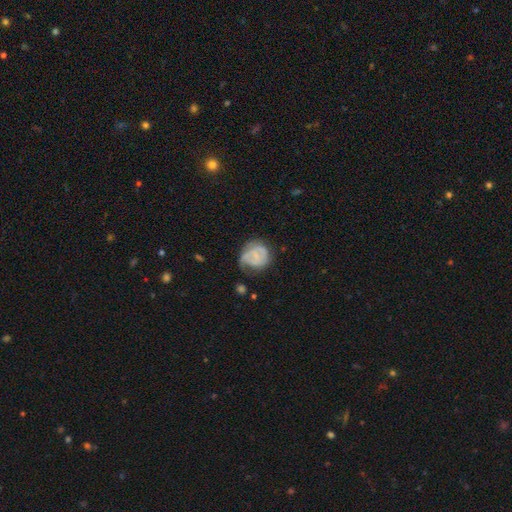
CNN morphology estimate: Smooth or featured? featured or disk (51%)
Edge-on disk? no (98%)
Merging? none (43%)